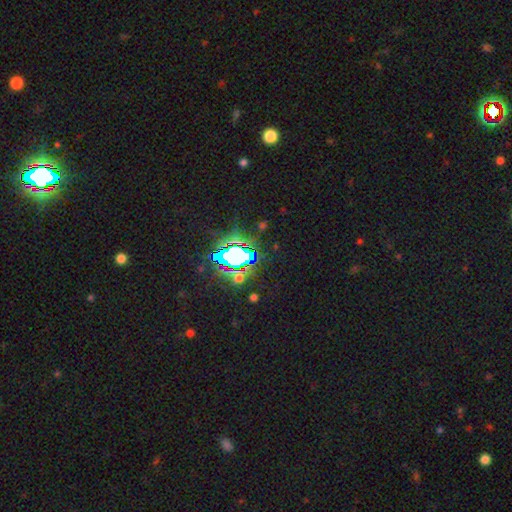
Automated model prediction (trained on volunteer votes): The model was most divided on "smooth or featured": star or artifact: 79%, smooth: 13%, featured or disk: 8%.